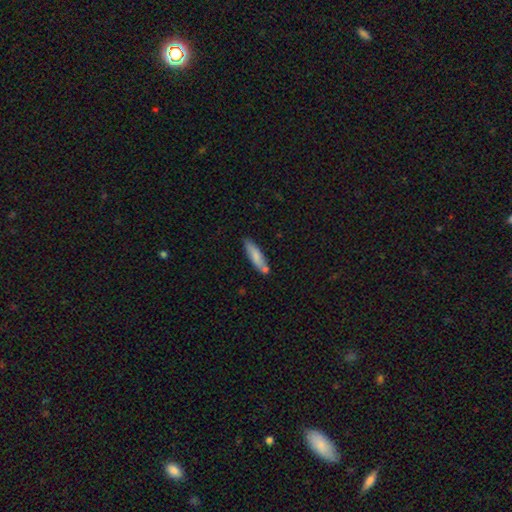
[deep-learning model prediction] smooth_or_featured: smooth (p=0.78) [alt: featured or disk p=0.16]
how_rounded: cigar-shaped (p=0.72) [alt: in between p=0.26]
merging: none (p=0.72) [alt: minor disturbance p=0.15]